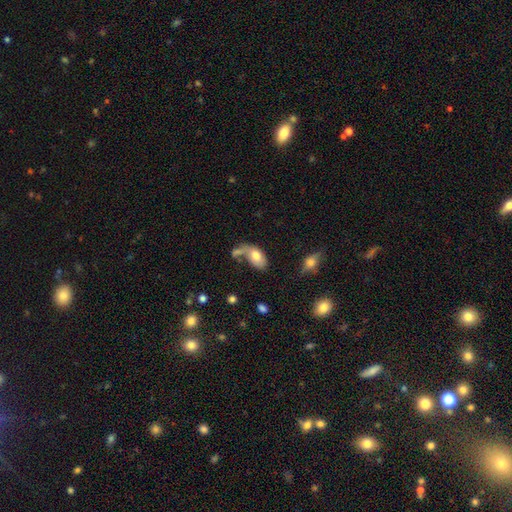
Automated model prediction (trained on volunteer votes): A smooth galaxy with no disk features (70%) that is in between round and cigar-shaped (92%). Merging: merger (33%).